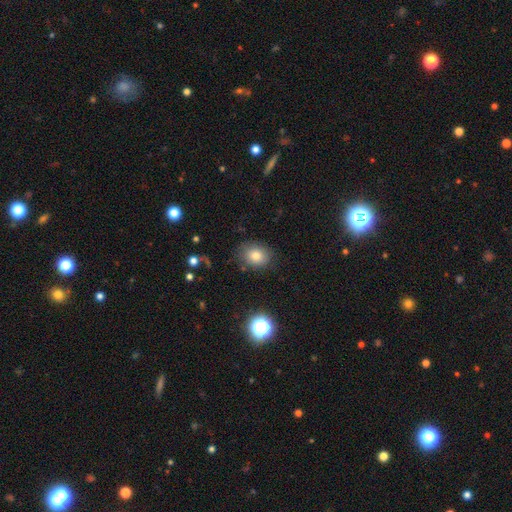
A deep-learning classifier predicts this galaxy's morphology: smooth_or_featured: smooth (p=0.78) [alt: star or artifact p=0.12]
how_rounded: round (p=0.50) [alt: in between p=0.49]
merging: none (p=0.80) [alt: minor disturbance p=0.14]